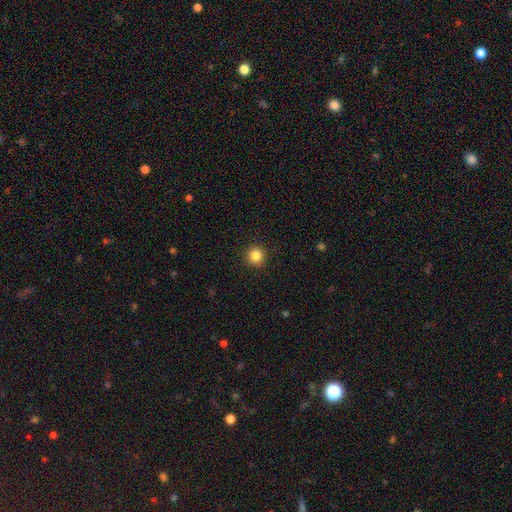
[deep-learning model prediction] A smooth galaxy with no disk features (85%) that is round (95%). Merging: none (92%).